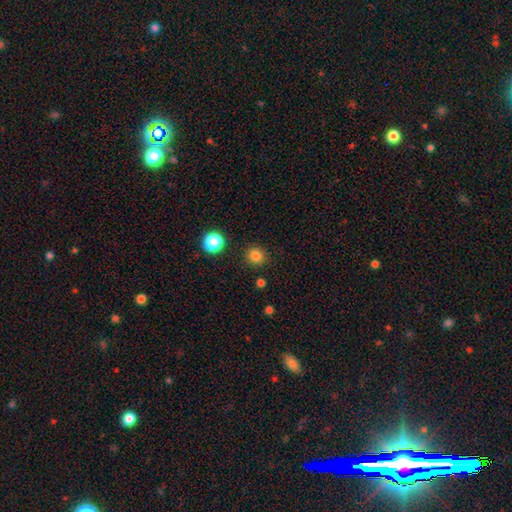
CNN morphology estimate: Smooth or featured: smooth — 82% (star or artifact — 14%)
How rounded: round — 94% (in between — 5%)
Merging: none — 90% (minor disturbance — 6%)